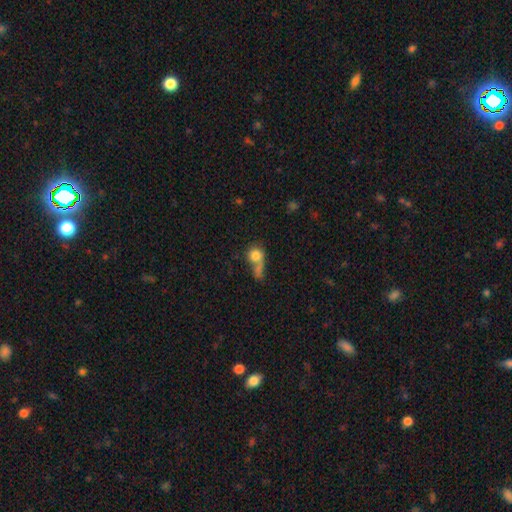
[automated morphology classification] A smooth galaxy with no disk features (77%) that is round (77%). Merging: merger (43%).